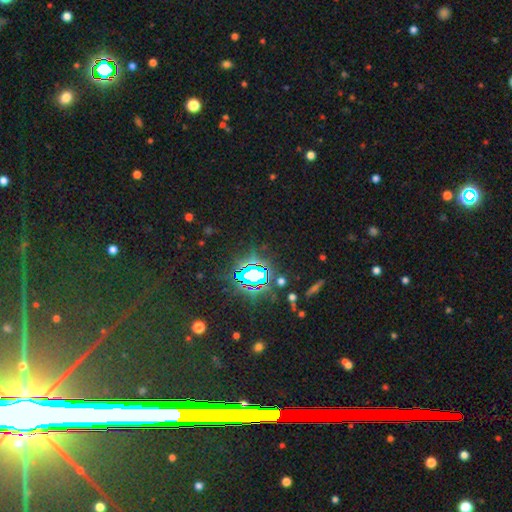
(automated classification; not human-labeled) Smooth or featured? star or artifact (78%)